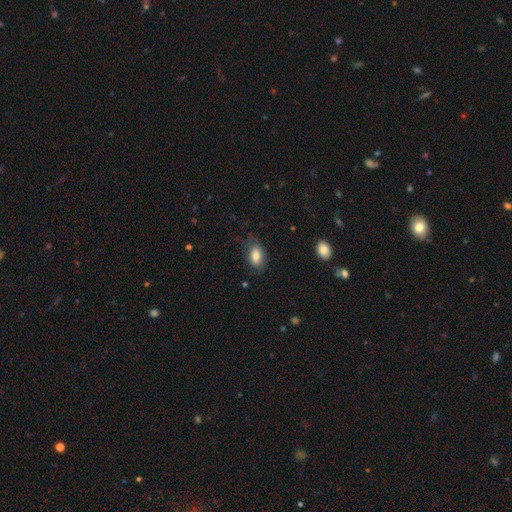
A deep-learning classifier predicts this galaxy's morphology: This appears to be a smooth galaxy with no disk features (81%) that is in between round and cigar-shaped (91%). Merging: none (68%).